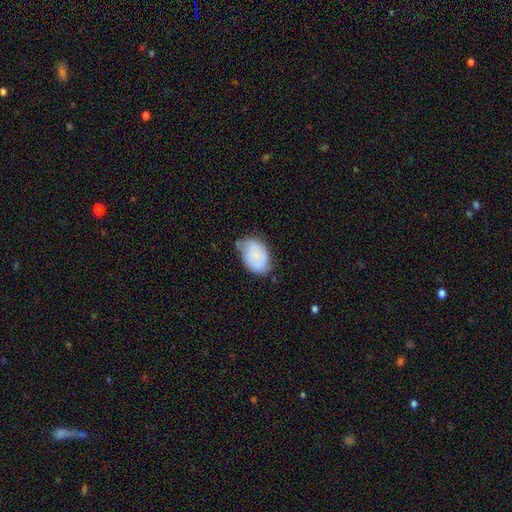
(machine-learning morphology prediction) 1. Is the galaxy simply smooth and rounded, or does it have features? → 75% smooth, 18% featured or disk, 7% star or artifact.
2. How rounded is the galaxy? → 87% in between, 12% round, 1% cigar-shaped.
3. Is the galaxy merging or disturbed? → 44% none, 40% minor disturbance, 11% major disturbance, 5% merger.